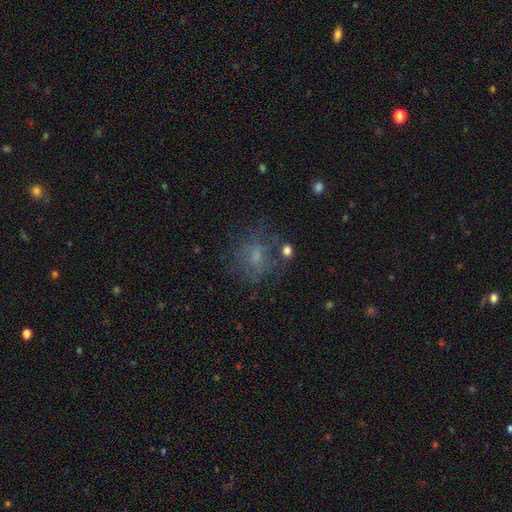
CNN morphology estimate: Q: Smooth or featured?
A: smooth (47%); runner-up: featured or disk (35%)
Q: Merging?
A: none (57%); runner-up: minor disturbance (19%)